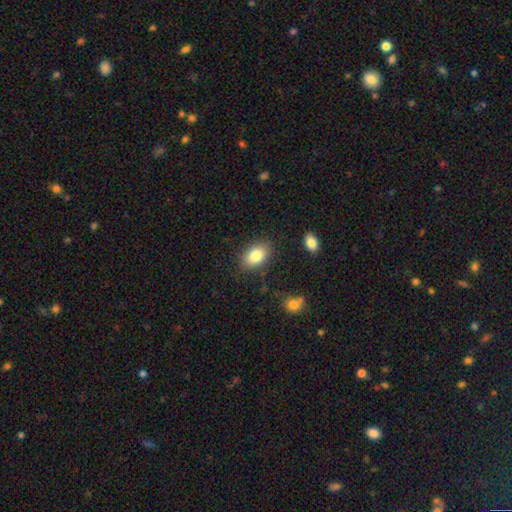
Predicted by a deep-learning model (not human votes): This is clearly a smooth galaxy (84%). How rounded: clearly in between (88%). Merging: clearly none (83%).